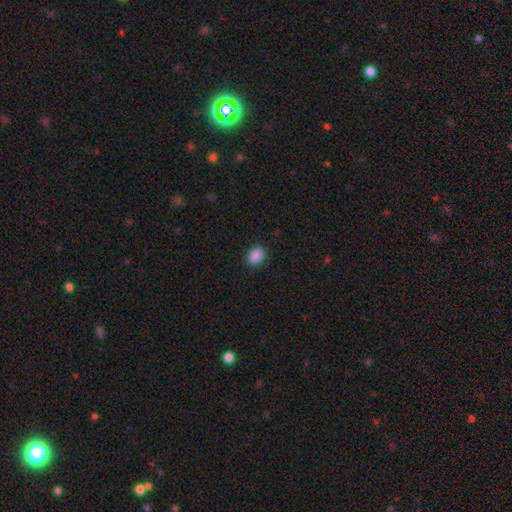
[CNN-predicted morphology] Q: Smooth or featured?
A: smooth (88%); runner-up: star or artifact (8%)
Q: How rounded?
A: in between (72%); runner-up: round (27%)
Q: Merging?
A: none (87%); runner-up: minor disturbance (10%)